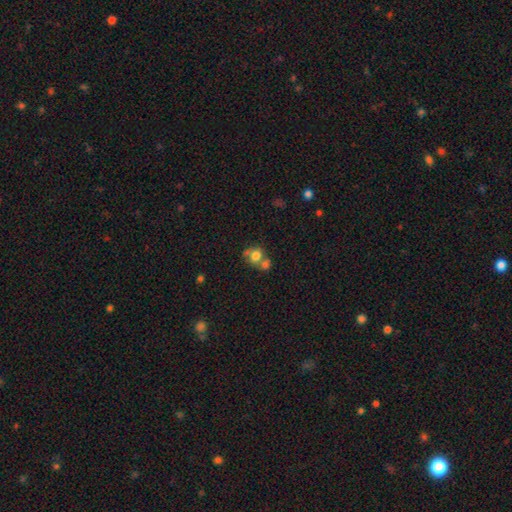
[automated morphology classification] This appears to be a smooth galaxy with no disk features (72%) that is round (68%). Merging: merger (50%).